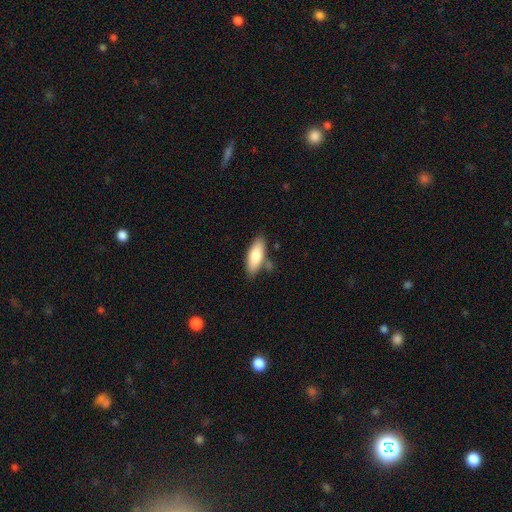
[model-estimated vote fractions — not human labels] Q: Smooth or featured?
A: smooth (78%); runner-up: featured or disk (16%)
Q: How rounded?
A: in between (72%); runner-up: cigar-shaped (25%)
Q: Merging?
A: none (75%); runner-up: minor disturbance (15%)